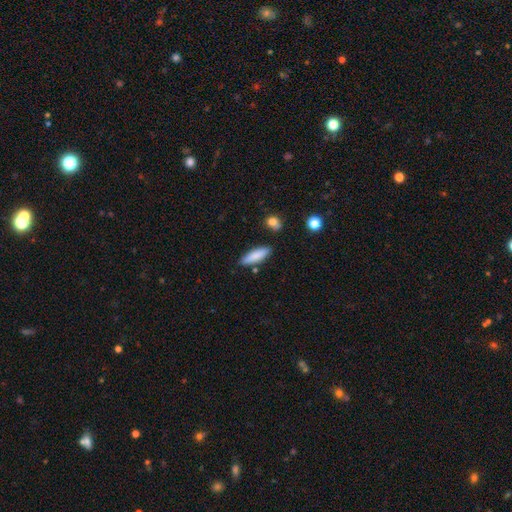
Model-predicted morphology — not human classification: A smooth galaxy with no disk features (83%) that is cigar-shaped (58%). Merging: none (83%).